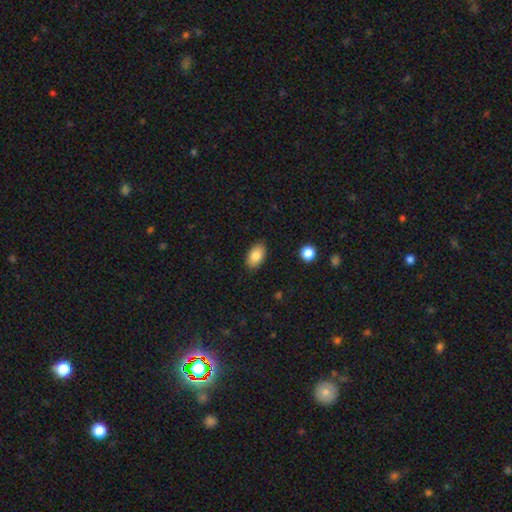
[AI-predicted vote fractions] The model was most divided on "smooth or featured": smooth: 84%, featured or disk: 8%, star or artifact: 8%. More confident: how rounded — in between (92%); merging — none (86%).